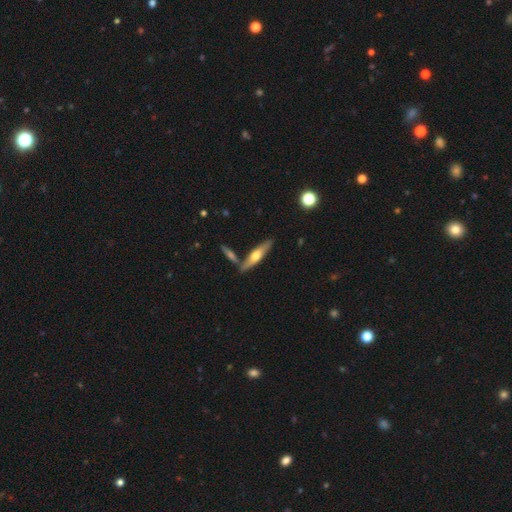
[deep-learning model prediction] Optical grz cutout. It shows a featured or disk galaxy (55%) viewed edge-on (91%). Merging: none (74%).